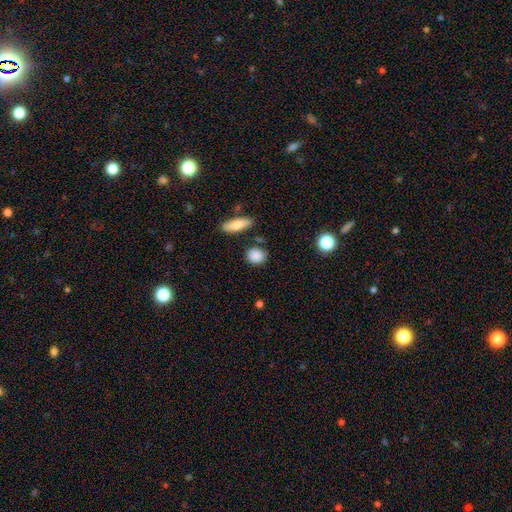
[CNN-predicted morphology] This is clearly a smooth galaxy (87%). How rounded: likely round (70%). Merging: clearly none (81%).